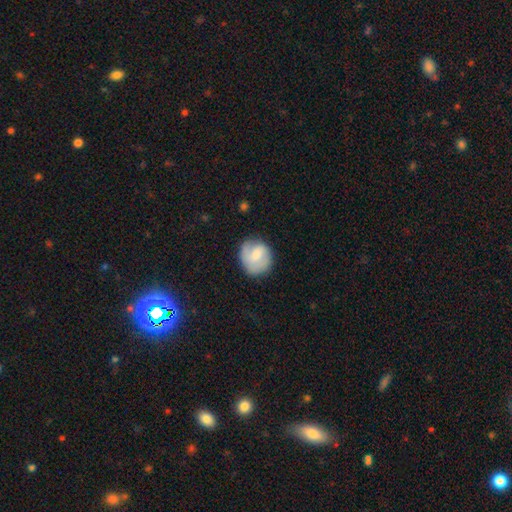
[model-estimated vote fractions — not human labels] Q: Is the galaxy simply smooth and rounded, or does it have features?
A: smooth — 58%.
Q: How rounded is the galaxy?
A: round — 75%.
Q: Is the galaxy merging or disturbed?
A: none — 70%.